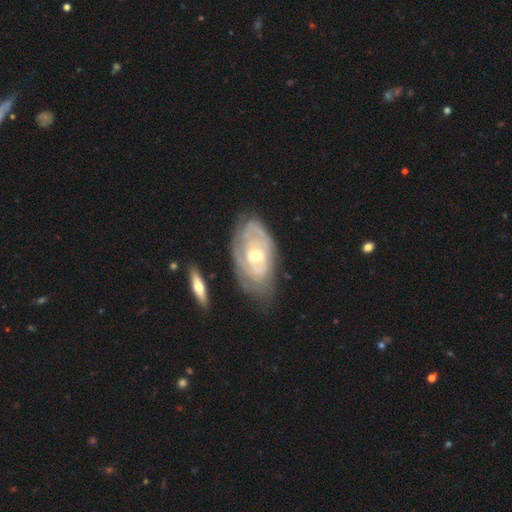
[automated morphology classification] This appears to be a featured or disk galaxy (81%) with no bar (61%), tight (70%) spiral arms (83%) and a moderate central bulge (68%). Merging: none (61%).